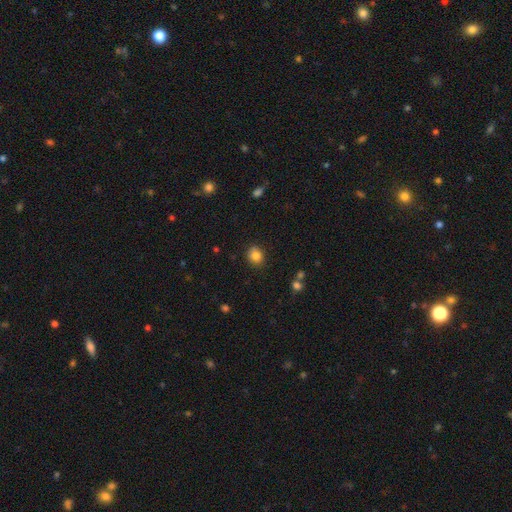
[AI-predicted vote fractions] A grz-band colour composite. It shows a smooth galaxy with no disk features (83%) that is round (70%). Merging: none (82%).